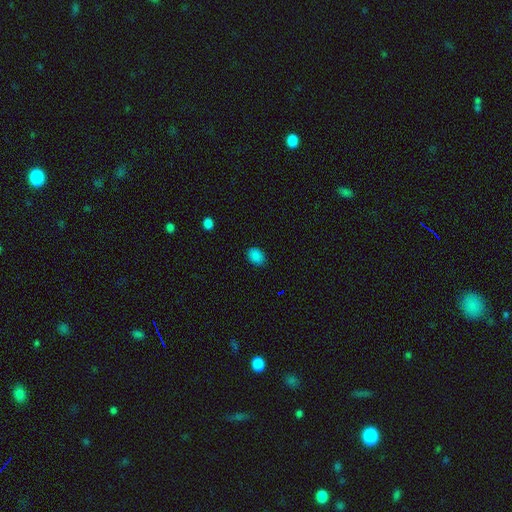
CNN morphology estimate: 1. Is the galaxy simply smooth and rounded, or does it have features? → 86% smooth, 11% star or artifact, 3% featured or disk.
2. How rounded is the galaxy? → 63% in between, 37% round, 1% cigar-shaped.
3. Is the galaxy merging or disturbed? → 85% none, 11% minor disturbance, 3% major disturbance, 1% merger.